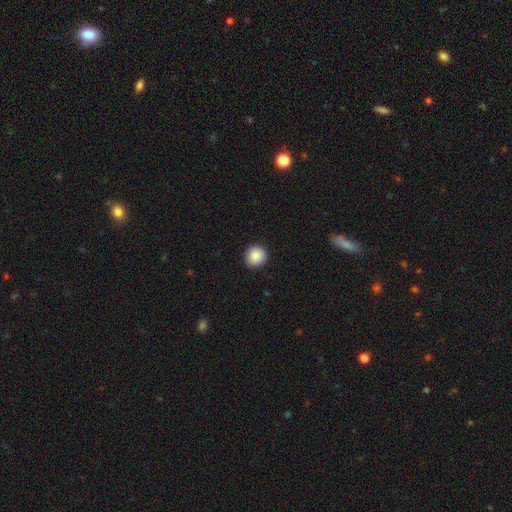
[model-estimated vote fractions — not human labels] Smooth or featured? Predicted: smooth (p=0.88). How rounded? Predicted: round (p=0.90). Merging? Predicted: none (p=0.91).